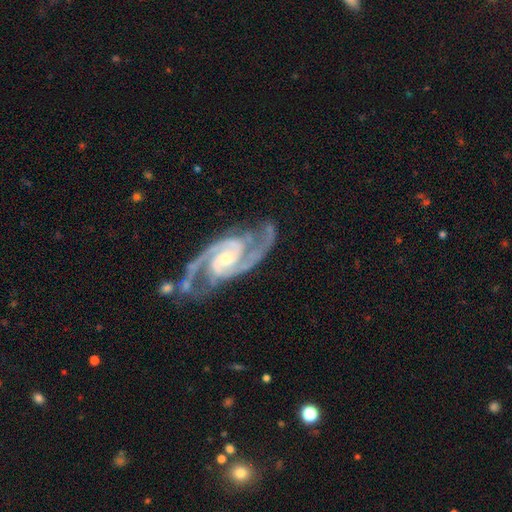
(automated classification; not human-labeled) Smooth or featured? Predicted: featured or disk (p=0.93). Edge-on disk? Predicted: no (p=0.97). Bar? Predicted: weak (p=0.44). Spiral arms? Predicted: yes (p=0.99). Spiral winding? Predicted: medium (p=0.54). Spiral arm count? Predicted: 2 (p=0.88). Bulge size? Predicted: small (p=0.52). Merging? Predicted: none (p=0.77).